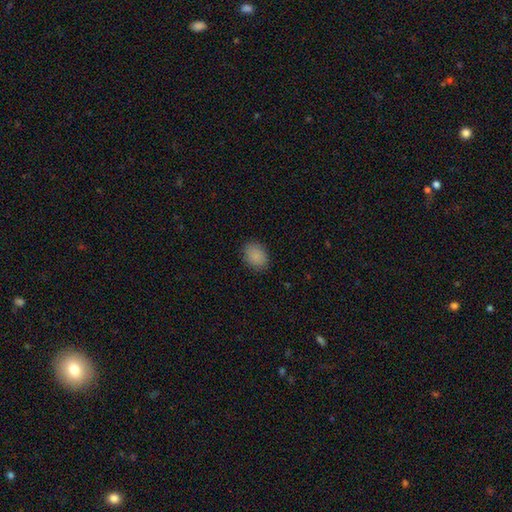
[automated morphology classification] smooth 87%, star or artifact 9%, featured or disk 4%. Down the decision tree: how rounded — in between (62%); merging — none (86%).